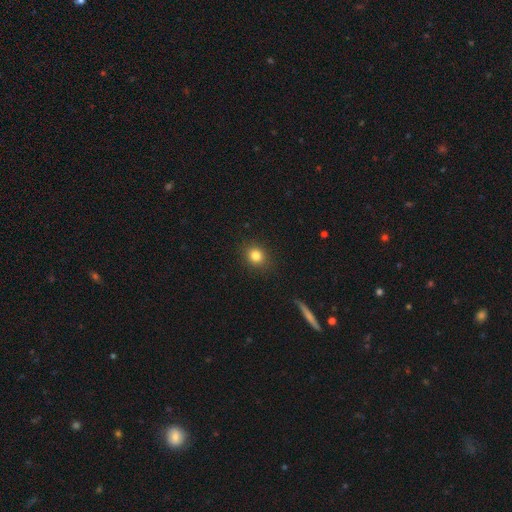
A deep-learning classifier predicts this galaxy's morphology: A smooth galaxy with no disk features (83%) that is round (78%).

Vote fractions:
- Smooth or featured? smooth: 83% / star or artifact: 11% / featured or disk: 6%
- How rounded? round: 78% / in between: 21% / cigar-shaped: 1%
- Merging? none: 89% / minor disturbance: 7% / major disturbance: 2% / merger: 1%